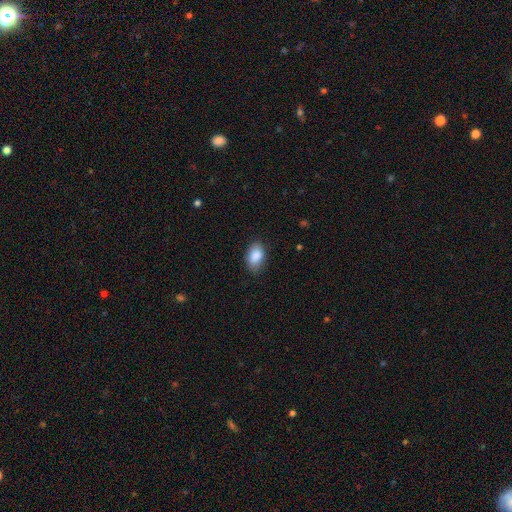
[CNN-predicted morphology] Smooth or featured?
  - smooth: 87% *
  - star or artifact: 7%
  - featured or disk: 6%
How rounded?
  - in between: 90% *
  - round: 9%
  - cigar-shaped: 1%
Merging?
  - none: 79% *
  - minor disturbance: 16%
  - major disturbance: 3%
  - merger: 1%